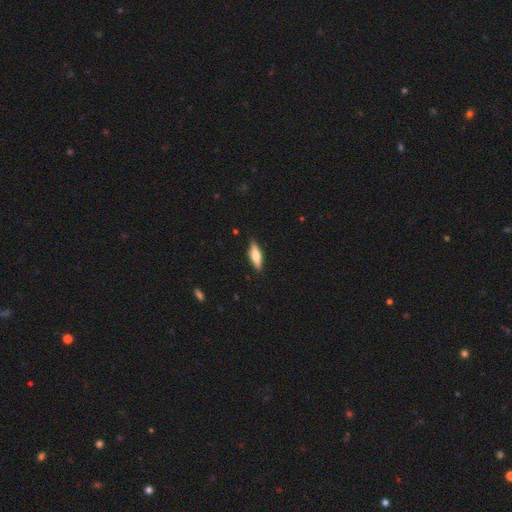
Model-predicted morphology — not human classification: A smooth galaxy with no disk features (49%). Merging: none (86%).